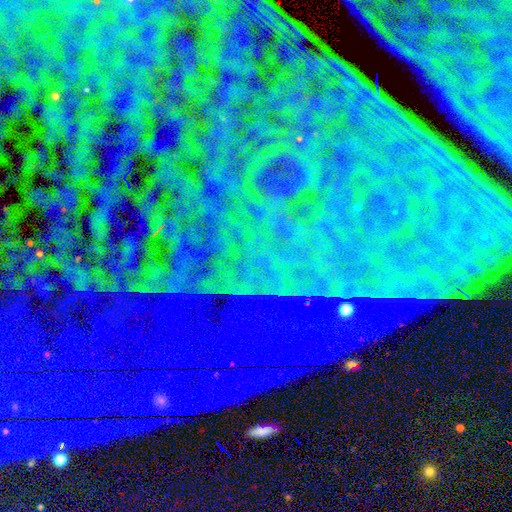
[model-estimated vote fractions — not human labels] Morphology: type=star or artifact (87%).